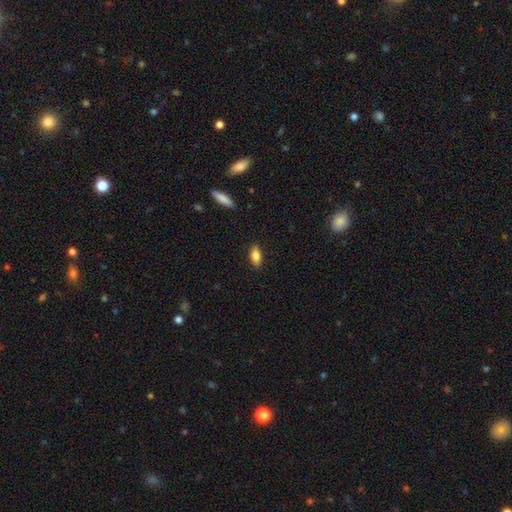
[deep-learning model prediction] A smooth galaxy with no disk features (82%) that is in between round and cigar-shaped (84%). Merging: none (87%).